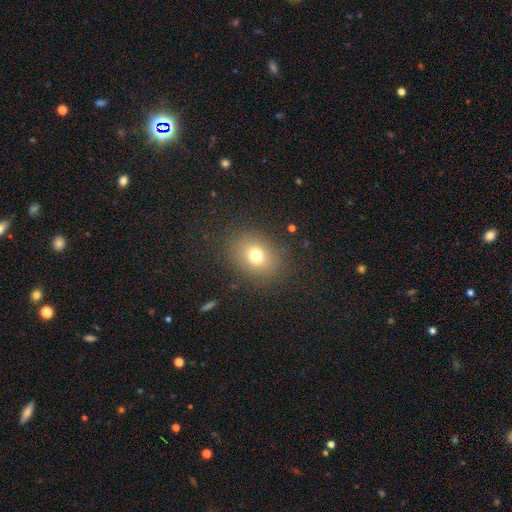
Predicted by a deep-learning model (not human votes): Smooth or featured? smooth (73%)
How rounded? round (55%)
Merging? none (85%)